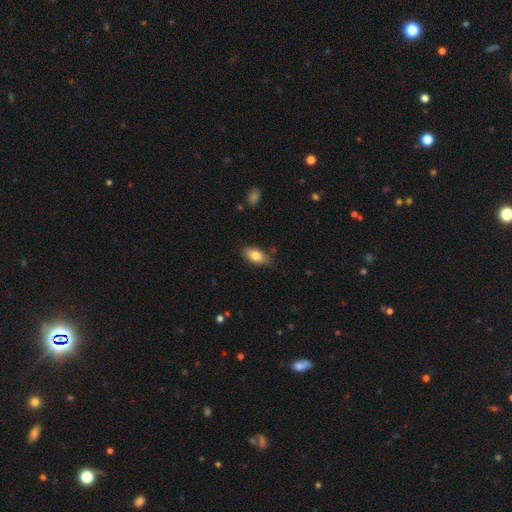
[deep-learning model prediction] Q: Smooth or featured?
A: smooth (80%); runner-up: featured or disk (13%)
Q: How rounded?
A: in between (88%); runner-up: cigar-shaped (8%)
Q: Merging?
A: none (81%); runner-up: minor disturbance (14%)